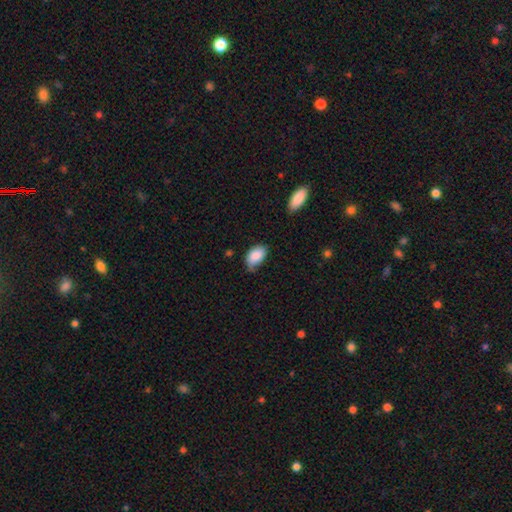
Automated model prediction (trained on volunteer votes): Smooth or featured: smooth — 86% (featured or disk — 7%)
How rounded: in between — 93% (round — 6%)
Merging: none — 55% (minor disturbance — 36%)